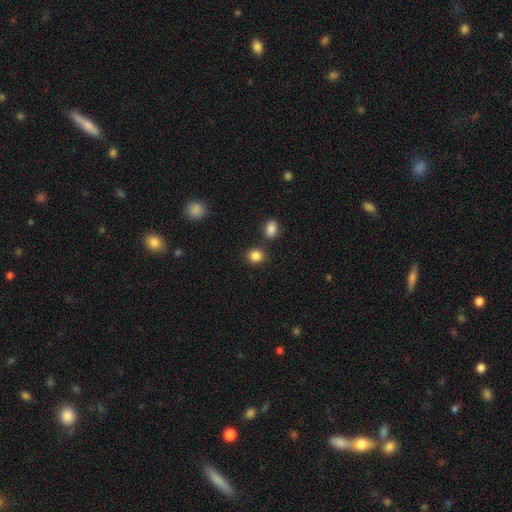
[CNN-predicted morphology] Smooth or featured?
  - smooth: 86% *
  - star or artifact: 10%
  - featured or disk: 4%
How rounded?
  - round: 73% *
  - in between: 26%
  - cigar-shaped: 1%
Merging?
  - none: 78% *
  - minor disturbance: 10%
  - merger: 10%
  - major disturbance: 3%